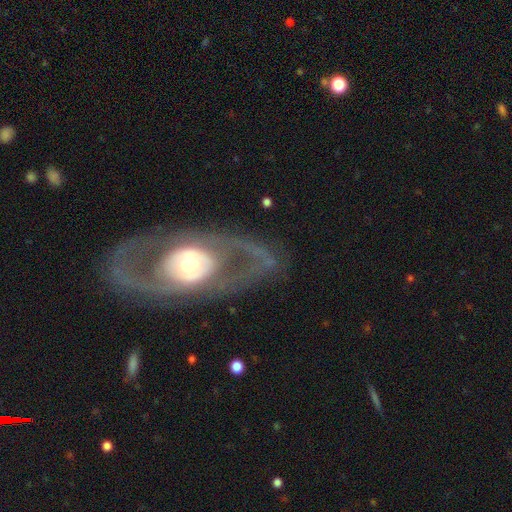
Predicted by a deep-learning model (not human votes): Smooth or featured?
  - featured or disk: 81% *
  - smooth: 13%
  - star or artifact: 6%
Edge-on disk?
  - no: 91% *
  - yes: 9%
Bar?
  - no: 70% *
  - weak: 19%
  - strong: 11%
Spiral arms?
  - yes: 66% *
  - no: 34%
Bulge size?
  - moderate: 44% *
  - large: 28%
  - small: 21%
  - dominant: 5%
  - none: 2%
Merging?
  - none: 81% *
  - minor disturbance: 9%
  - major disturbance: 8%
  - merger: 2%